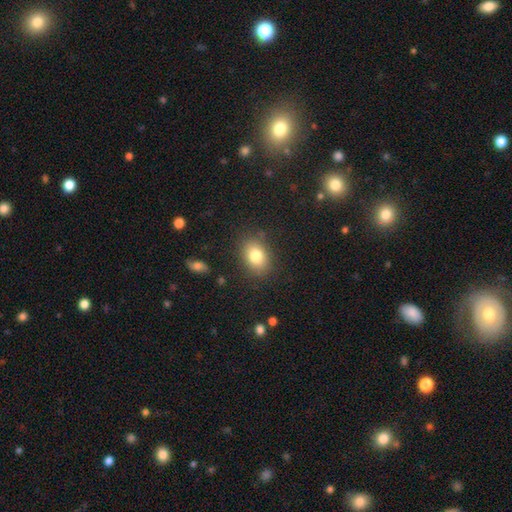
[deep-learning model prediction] Overall: smooth (80%). How rounded: in between (71%). Merging: none (83%).